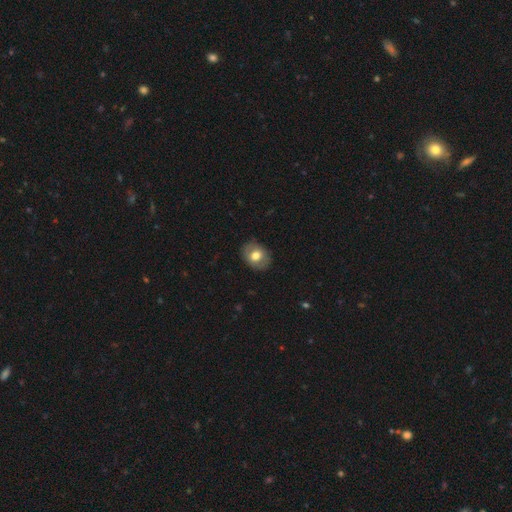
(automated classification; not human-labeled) Smooth or featured? Predicted: smooth (p=0.70). How rounded? Predicted: in between (p=0.52). Merging? Predicted: none (p=0.86).